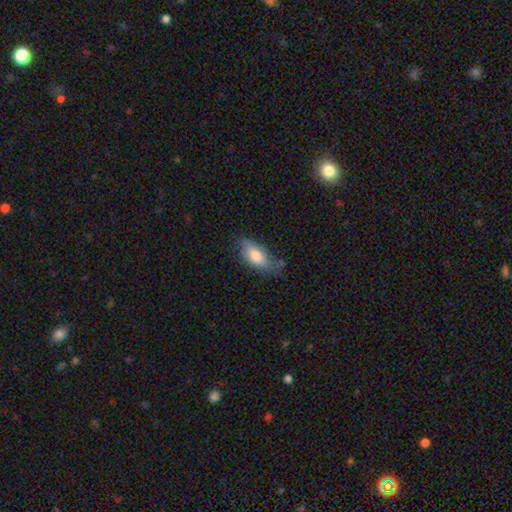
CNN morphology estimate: This is likely a smooth galaxy (76%). How rounded: clearly in between (85%). Merging: possibly none (53%).